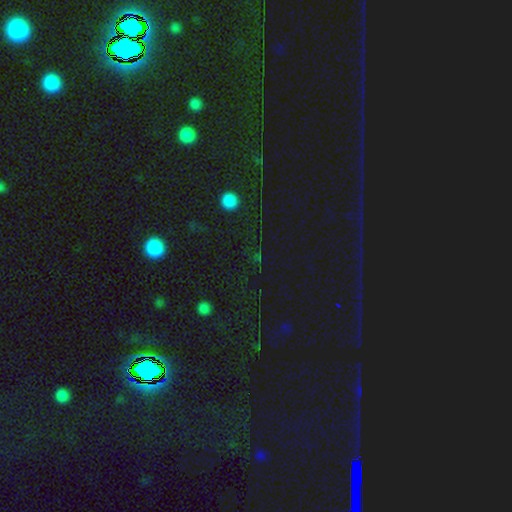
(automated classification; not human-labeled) Smooth or featured?
  - star or artifact: 79% *
  - smooth: 15%
  - featured or disk: 7%